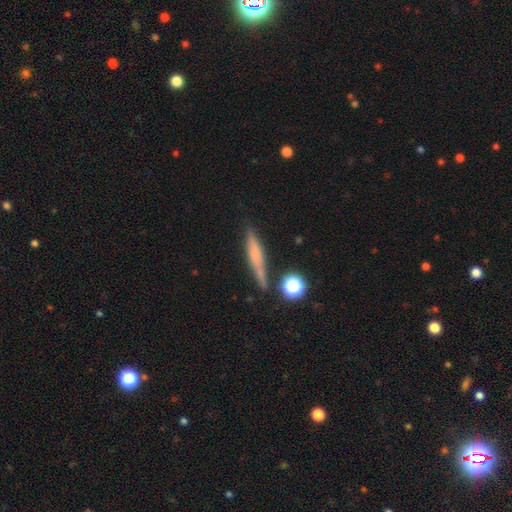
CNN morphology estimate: Overall: smooth (49%; featured or disk 41%). Merging: none (74%).